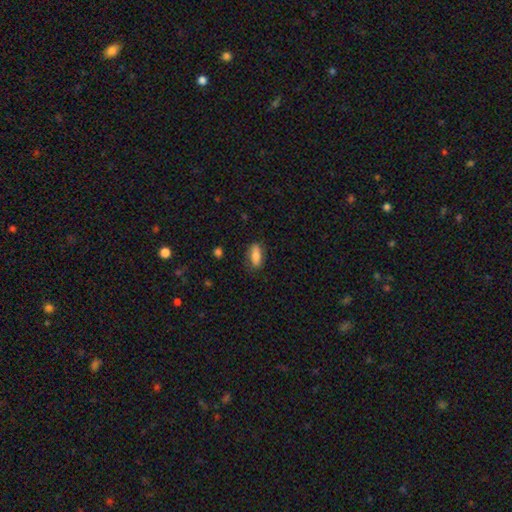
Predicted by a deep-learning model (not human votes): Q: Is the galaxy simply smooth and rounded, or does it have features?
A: smooth — 81%.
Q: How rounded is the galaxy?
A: in between — 77%.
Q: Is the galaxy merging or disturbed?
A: none — 82%.